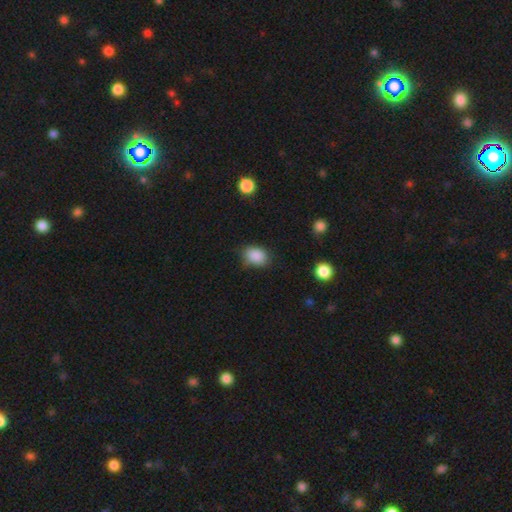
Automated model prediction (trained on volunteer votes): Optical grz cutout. It shows a smooth galaxy with no disk features (87%) that is in between round and cigar-shaped (72%). Merging: none (73%).